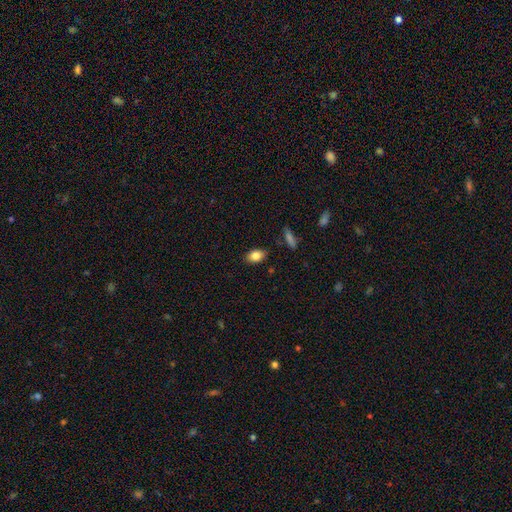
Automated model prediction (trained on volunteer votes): Q: Smooth or featured?
A: smooth (83%); runner-up: featured or disk (8%)
Q: How rounded?
A: in between (84%); runner-up: round (13%)
Q: Merging?
A: none (86%); runner-up: minor disturbance (10%)